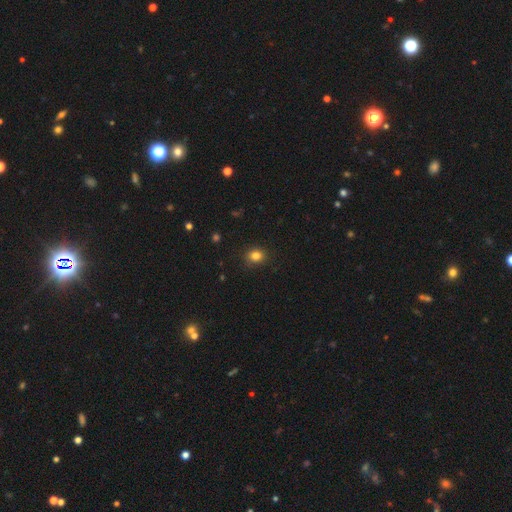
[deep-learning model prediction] This appears to be a smooth galaxy with no disk features (84%) that is round (70%). Merging: none (87%).